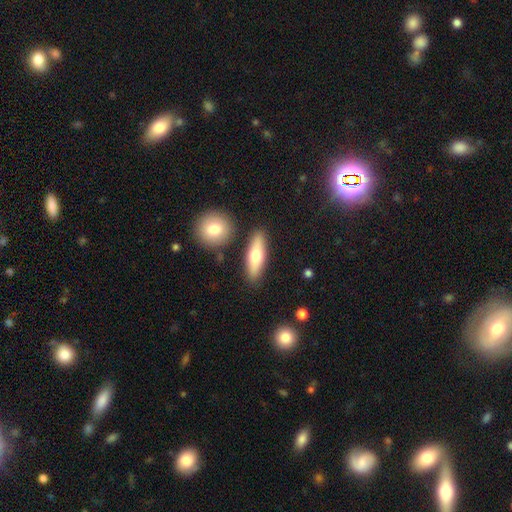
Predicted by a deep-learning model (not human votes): Smooth or featured?
  - smooth: 64% *
  - featured or disk: 30%
  - star or artifact: 5%
How rounded?
  - in between: 54% *
  - cigar-shaped: 43%
  - round: 3%
Merging?
  - none: 84% *
  - minor disturbance: 9%
  - merger: 5%
  - major disturbance: 2%